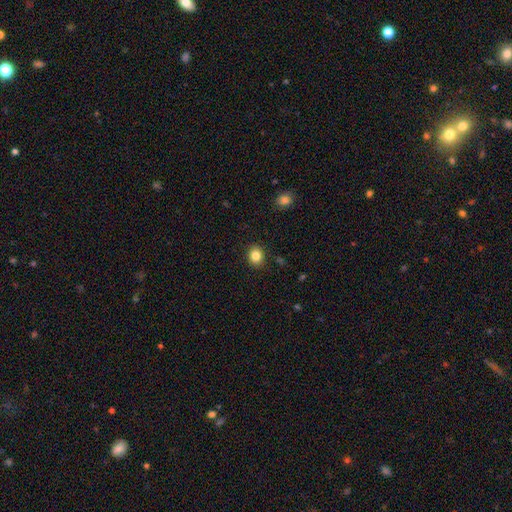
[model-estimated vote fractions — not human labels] Q: Smooth or featured?
A: smooth (84%); runner-up: star or artifact (10%)
Q: How rounded?
A: round (66%); runner-up: in between (33%)
Q: Merging?
A: none (89%); runner-up: minor disturbance (7%)